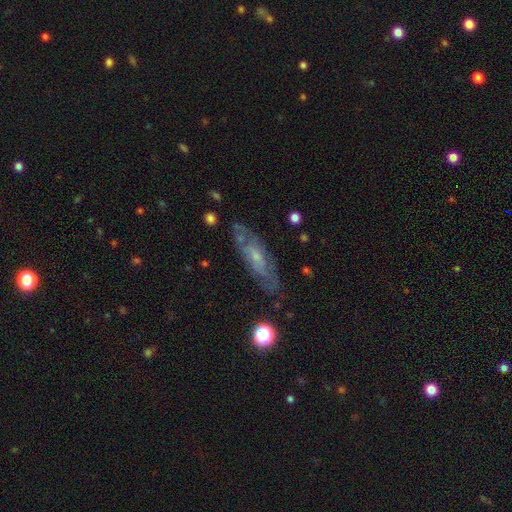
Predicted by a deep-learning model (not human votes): Smooth or featured? Predicted: featured or disk (p=0.60). Edge-on disk? Predicted: no (p=0.74). Merging? Predicted: none (p=0.71).